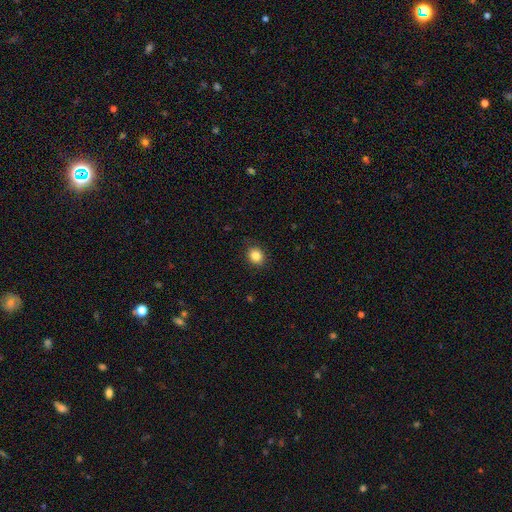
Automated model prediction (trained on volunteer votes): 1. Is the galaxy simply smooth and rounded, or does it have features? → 84% smooth, 10% star or artifact, 5% featured or disk.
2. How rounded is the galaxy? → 65% round, 34% in between, 1% cigar-shaped.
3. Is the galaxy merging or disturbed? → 88% none, 9% minor disturbance, 2% major disturbance, 1% merger.